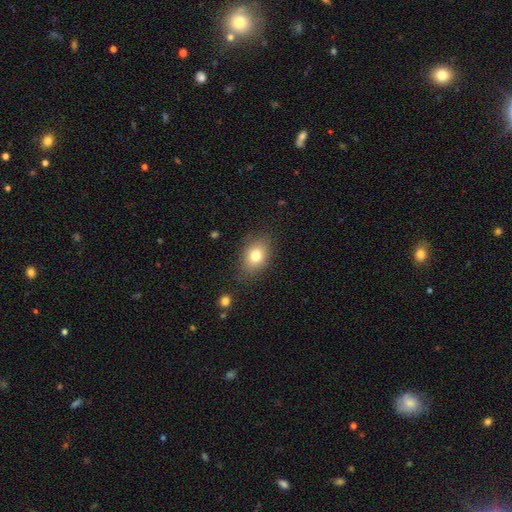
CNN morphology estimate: This appears to be a smooth galaxy with no disk features (77%) that is in between round and cigar-shaped (70%). Merging: none (80%).